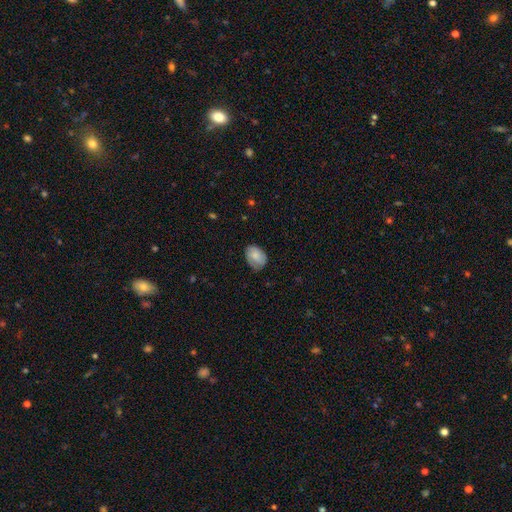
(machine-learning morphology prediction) smooth-or-featured: smooth: 65% | featured or disk: 28% | star or artifact: 7%
  how-rounded: in between: 77% | round: 22% | cigar-shaped: 1%
  merging: none: 67% | minor disturbance: 26% | major disturbance: 6% | merger: 1%